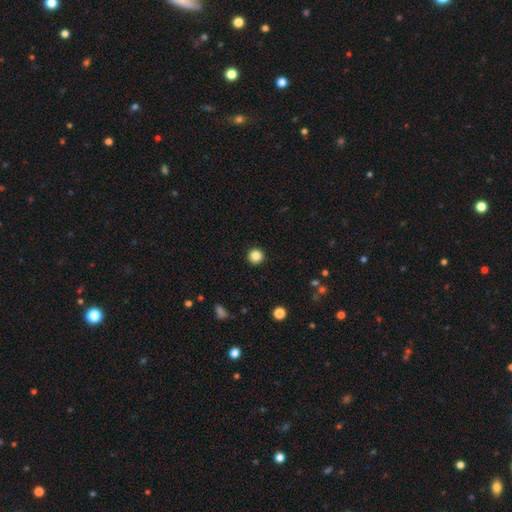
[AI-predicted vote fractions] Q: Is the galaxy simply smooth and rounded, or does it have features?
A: smooth — 85%.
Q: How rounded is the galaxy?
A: round — 96%.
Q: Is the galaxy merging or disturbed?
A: none — 93%.